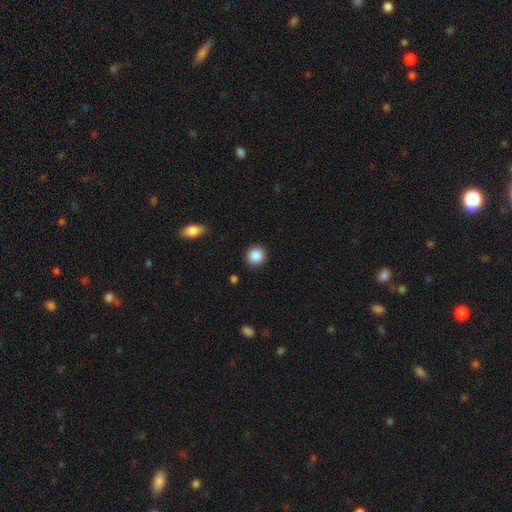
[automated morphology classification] Smooth or featured? smooth (88%)
How rounded? round (91%)
Merging? none (91%)